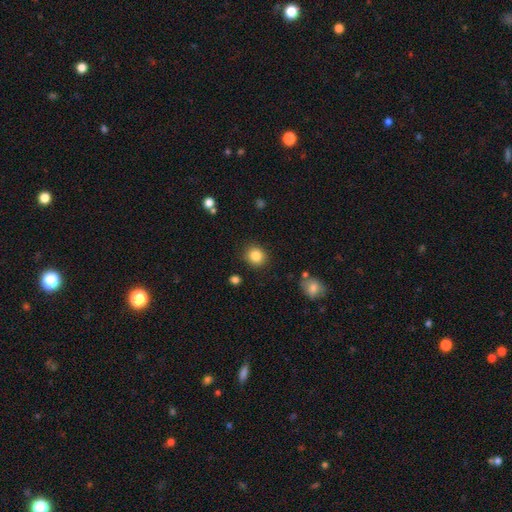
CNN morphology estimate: A smooth galaxy with no disk features (85%) that is round (82%).

Vote fractions:
- Smooth or featured? smooth: 85% / star or artifact: 10% / featured or disk: 5%
- How rounded? round: 82% / in between: 17% / cigar-shaped: 1%
- Merging? none: 89% / minor disturbance: 7% / major disturbance: 2% / merger: 2%